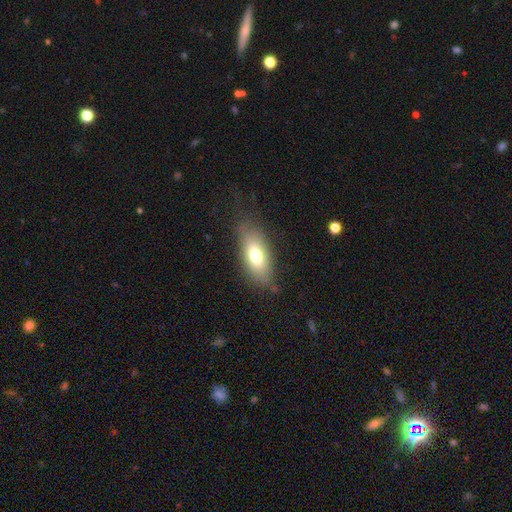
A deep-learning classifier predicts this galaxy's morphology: smooth-or-featured: smooth: 71% | featured or disk: 21% | star or artifact: 8%
  how-rounded: in between: 82% | cigar-shaped: 14% | round: 5%
  merging: none: 74% | minor disturbance: 18% | major disturbance: 6% | merger: 1%